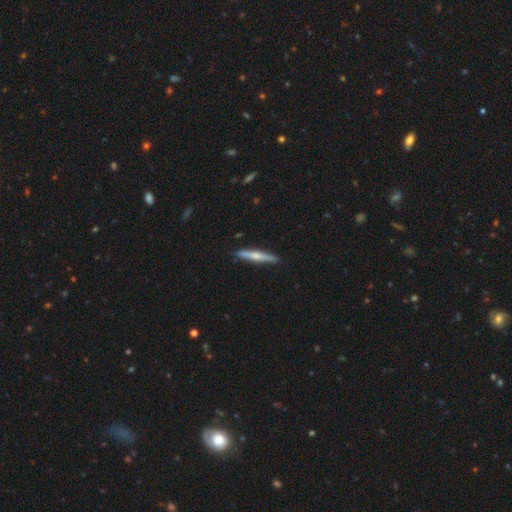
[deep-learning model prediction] Smooth or featured? featured or disk (54%)
Edge-on disk? yes (96%)
Edge-on bulge? rounded (82%)
Merging? none (90%)